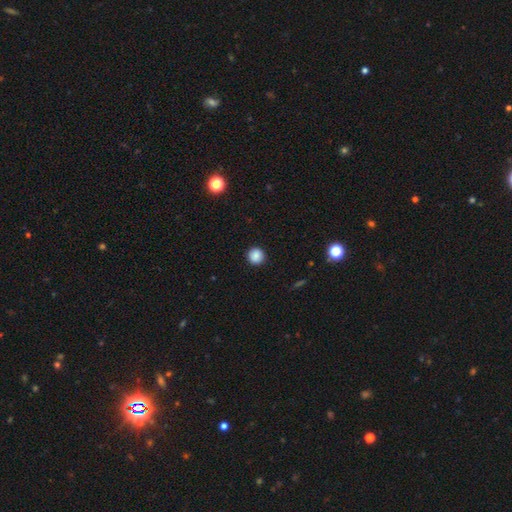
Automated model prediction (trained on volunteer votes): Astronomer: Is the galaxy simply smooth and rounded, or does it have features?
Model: smooth — 87%.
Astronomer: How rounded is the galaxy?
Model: round — 95%.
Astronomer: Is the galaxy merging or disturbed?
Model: none — 92%.